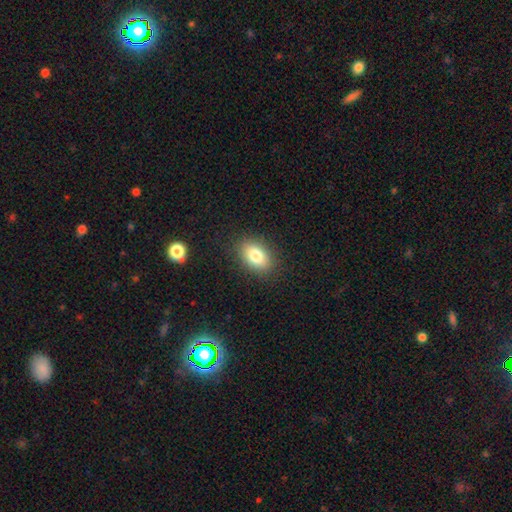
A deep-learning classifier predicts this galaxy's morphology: Smooth or featured? Predicted: smooth (p=0.82). How rounded? Predicted: in between (p=0.85). Merging? Predicted: none (p=0.87).